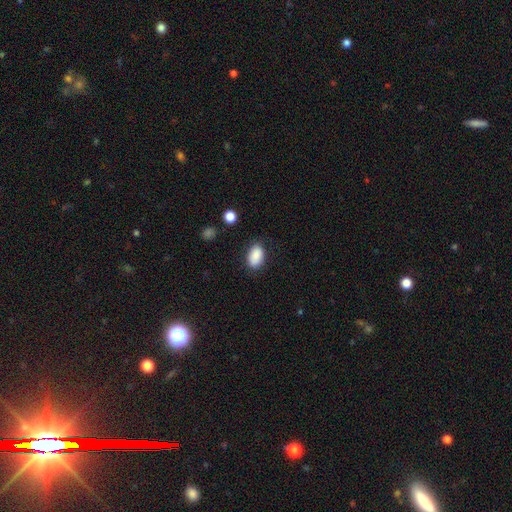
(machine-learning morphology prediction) A smooth galaxy with no disk features (88%) that is in between round and cigar-shaped (91%). Merging: none (80%).